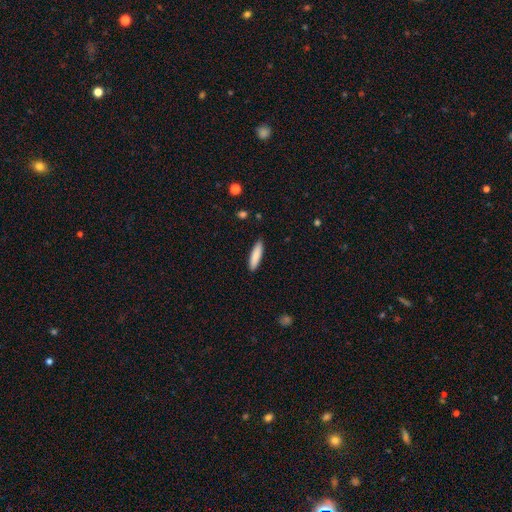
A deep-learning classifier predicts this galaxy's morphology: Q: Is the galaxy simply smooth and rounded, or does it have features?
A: smooth — 86%.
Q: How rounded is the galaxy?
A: cigar-shaped — 73%.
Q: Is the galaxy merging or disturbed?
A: none — 90%.